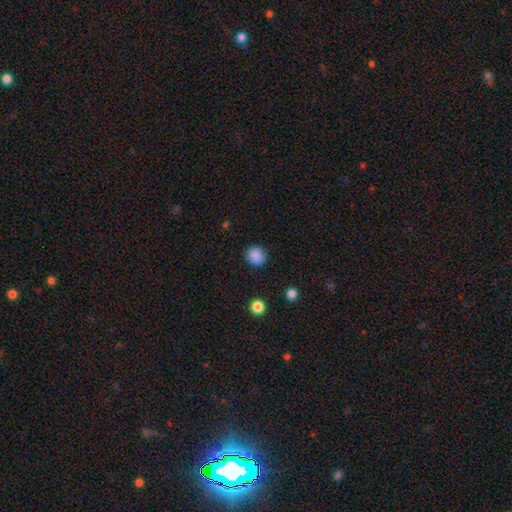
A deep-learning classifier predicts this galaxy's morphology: smooth-or-featured: smooth: 87% | star or artifact: 10% | featured or disk: 3%
  how-rounded: round: 83% | in between: 16% | cigar-shaped: 1%
  merging: none: 87% | minor disturbance: 9% | major disturbance: 3% | merger: 1%